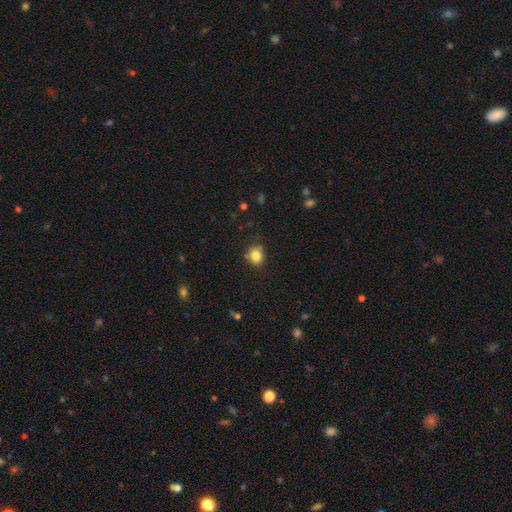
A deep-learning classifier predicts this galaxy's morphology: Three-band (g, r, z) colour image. It shows a smooth galaxy with no disk features (83%) that is round (64%). Merging: none (77%).